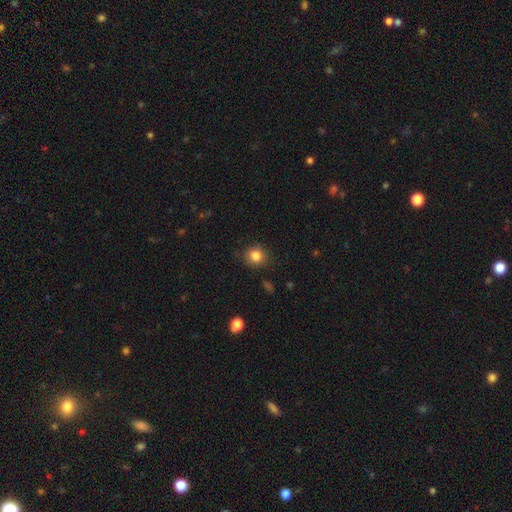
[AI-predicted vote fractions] A smooth galaxy with no disk features (83%) that is round (82%). Merging: none (83%).